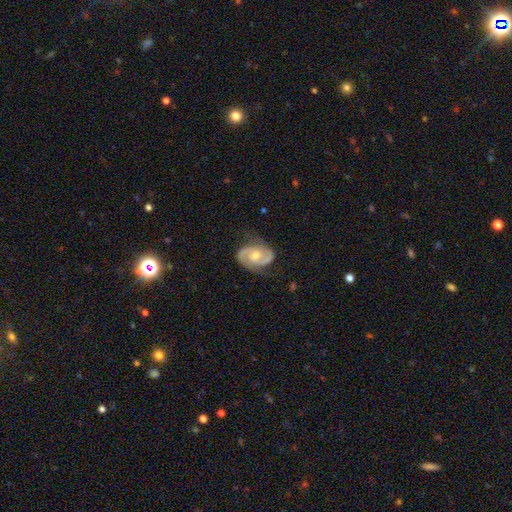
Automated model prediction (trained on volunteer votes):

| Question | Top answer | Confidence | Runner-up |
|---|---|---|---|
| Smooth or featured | featured or disk | 85% | smooth (10%) |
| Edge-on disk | no | 97% | yes (3%) |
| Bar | no | 58% | weak (35%) |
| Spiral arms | yes | 96% | no (4%) |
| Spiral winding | medium | 52% | tight (30%) |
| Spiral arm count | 2 | 91% | can't tell (4%) |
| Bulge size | moderate | 59% | small (36%) |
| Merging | none | 76% | minor disturbance (18%) |